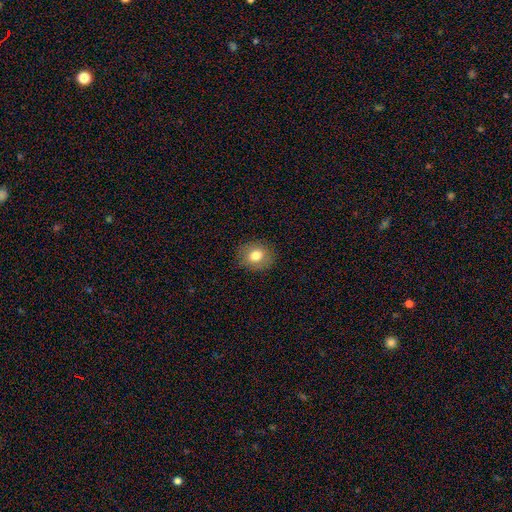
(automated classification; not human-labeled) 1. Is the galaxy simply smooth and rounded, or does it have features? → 78% smooth, 12% featured or disk, 10% star or artifact.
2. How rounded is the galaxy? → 63% round, 36% in between, 1% cigar-shaped.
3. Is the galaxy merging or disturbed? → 87% none, 9% minor disturbance, 3% major disturbance, 1% merger.